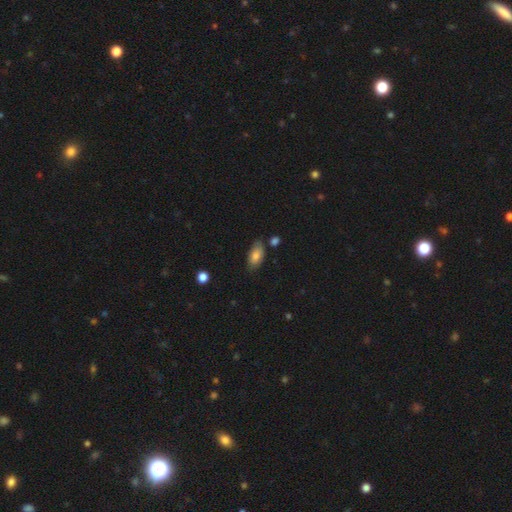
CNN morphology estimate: This appears to be a smooth galaxy with no disk features (80%) that is in between round and cigar-shaped (91%). Merging: none (69%).